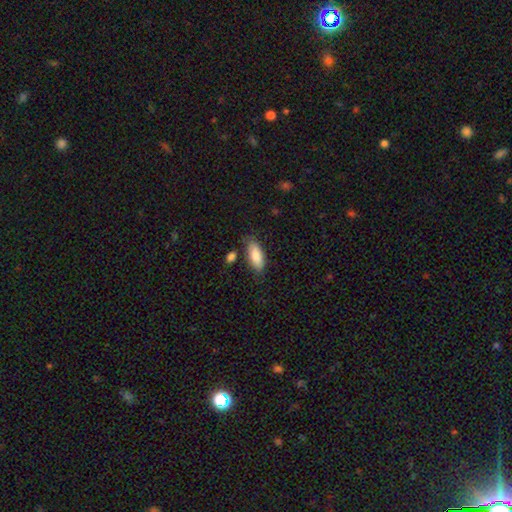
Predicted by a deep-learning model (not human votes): Smooth or featured?
  - smooth: 84% *
  - featured or disk: 10%
  - star or artifact: 6%
How rounded?
  - in between: 81% *
  - cigar-shaped: 17%
  - round: 2%
Merging?
  - none: 74% *
  - minor disturbance: 17%
  - merger: 5%
  - major disturbance: 4%